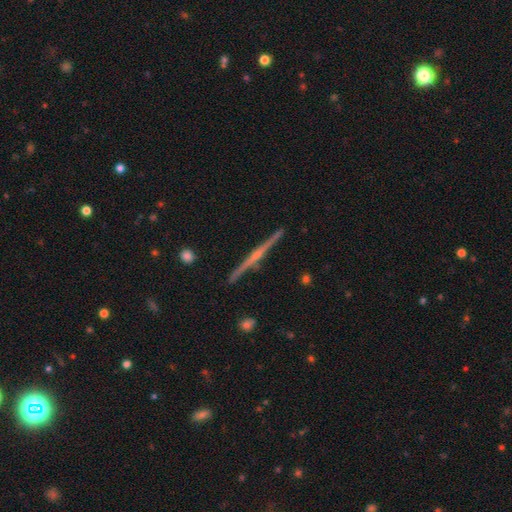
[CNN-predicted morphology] smooth_or_featured: featured or disk (p=0.83) [alt: smooth p=0.11]
disk_edge_on: yes (p=0.99) [alt: no p=0.01]
edge_on_bulge: rounded (p=0.76) [alt: none p=0.16]
merging: none (p=0.92) [alt: minor disturbance p=0.06]